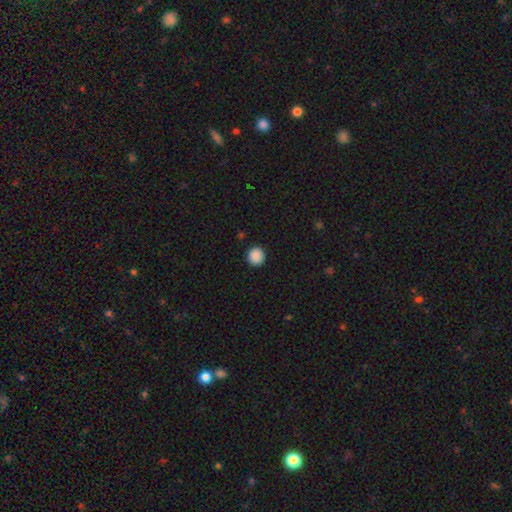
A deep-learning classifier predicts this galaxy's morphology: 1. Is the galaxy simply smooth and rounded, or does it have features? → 89% smooth, 9% star or artifact, 2% featured or disk.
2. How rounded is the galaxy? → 92% round, 7% in between, 1% cigar-shaped.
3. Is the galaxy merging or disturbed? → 92% none, 6% minor disturbance, 2% major disturbance, 1% merger.